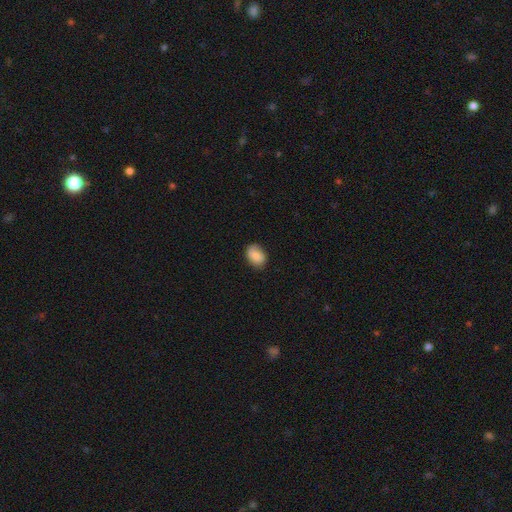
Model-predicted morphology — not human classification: A smooth galaxy with no disk features (85%) that is in between round and cigar-shaped (77%).

Vote fractions:
- Smooth or featured? smooth: 85% / star or artifact: 7% / featured or disk: 7%
- How rounded? in between: 77% / round: 22% / cigar-shaped: 1%
- Merging? none: 80% / minor disturbance: 16% / major disturbance: 3% / merger: 1%